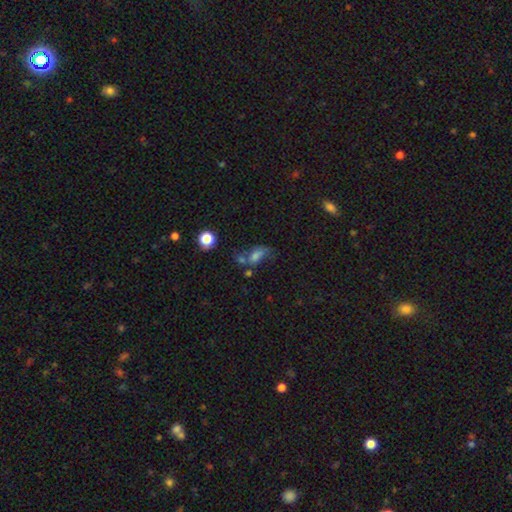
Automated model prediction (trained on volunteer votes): A smooth galaxy with no disk features (60%) that is in between round and cigar-shaped (76%).

Vote fractions:
- Smooth or featured? smooth: 60% / featured or disk: 22% / star or artifact: 18%
- How rounded? in between: 76% / round: 15% / cigar-shaped: 9%
- Merging? none: 31% / merger: 29% / major disturbance: 21% / minor disturbance: 19%